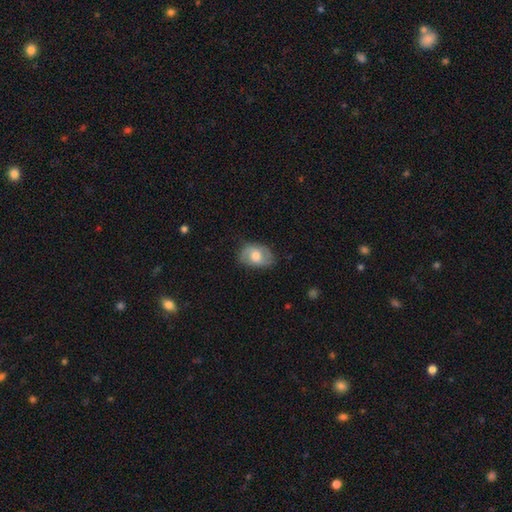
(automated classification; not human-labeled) Overall: smooth (54%; featured or disk 39%). How rounded: in between (81%). Merging: none (76%).